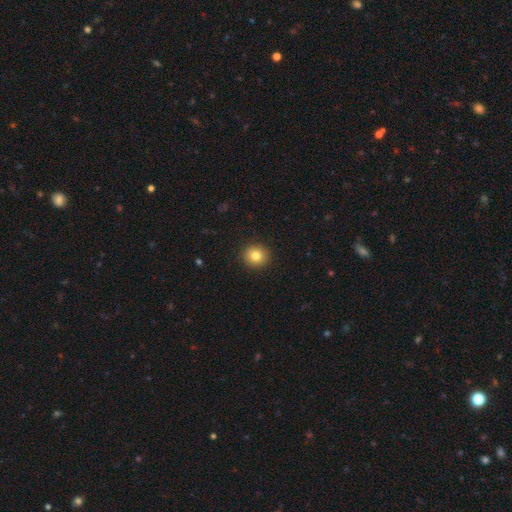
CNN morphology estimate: A smooth galaxy with no disk features (82%) that is round (89%). Merging: none (92%).